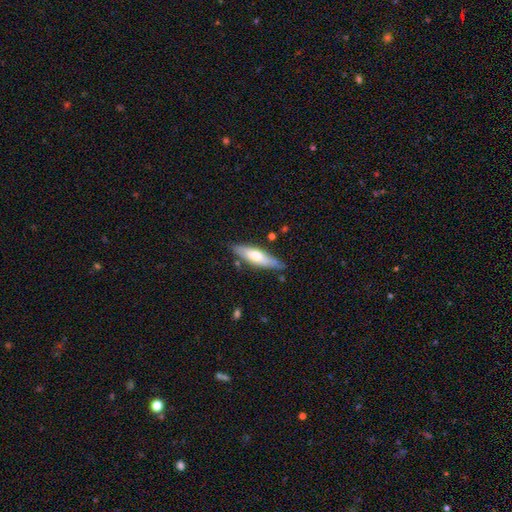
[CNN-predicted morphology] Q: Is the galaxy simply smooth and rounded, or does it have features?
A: smooth — 58%.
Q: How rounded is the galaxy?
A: cigar-shaped — 63%.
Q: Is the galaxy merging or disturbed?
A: none — 76%.